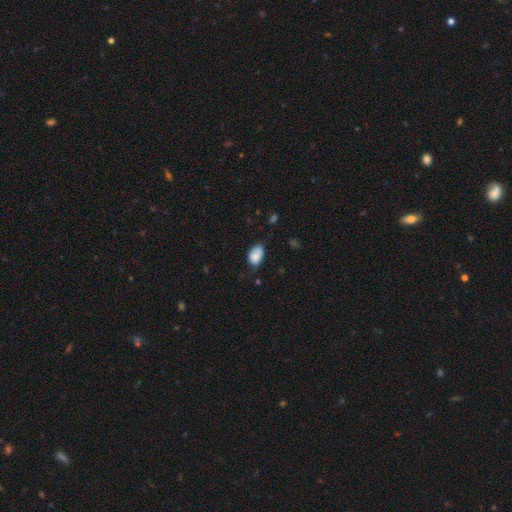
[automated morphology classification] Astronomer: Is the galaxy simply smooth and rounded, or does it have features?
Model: smooth — 84%.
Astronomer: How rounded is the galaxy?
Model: in between — 89%.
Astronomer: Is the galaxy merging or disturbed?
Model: none — 58% (runner-up: minor disturbance, 33%).